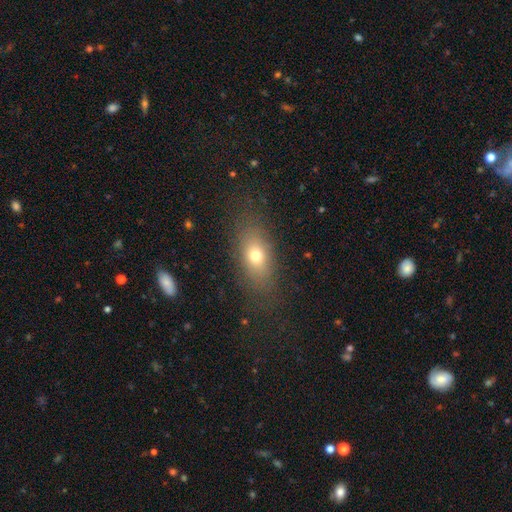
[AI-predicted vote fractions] Smooth or featured?
  - smooth: 69% *
  - featured or disk: 18%
  - star or artifact: 13%
How rounded?
  - in between: 77% *
  - round: 15%
  - cigar-shaped: 8%
Merging?
  - none: 79% *
  - minor disturbance: 12%
  - major disturbance: 8%
  - merger: 1%